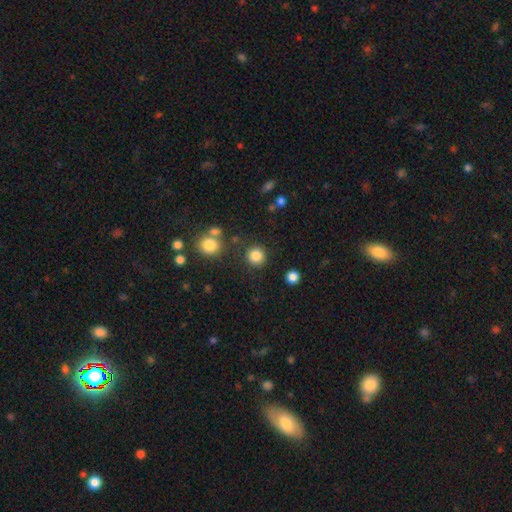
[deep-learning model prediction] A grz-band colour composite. It shows a smooth galaxy with no disk features (84%) that is round (92%). Merging: none (86%).